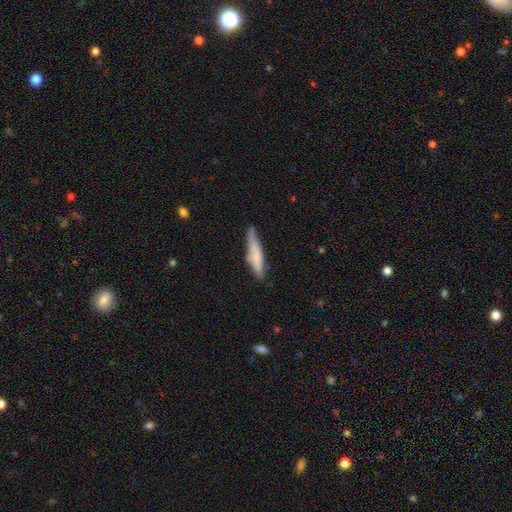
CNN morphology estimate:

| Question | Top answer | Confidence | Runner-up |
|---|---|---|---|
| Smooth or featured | smooth | 71% | featured or disk (24%) |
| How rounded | cigar-shaped | 83% | in between (15%) |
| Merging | none | 67% | minor disturbance (26%) |